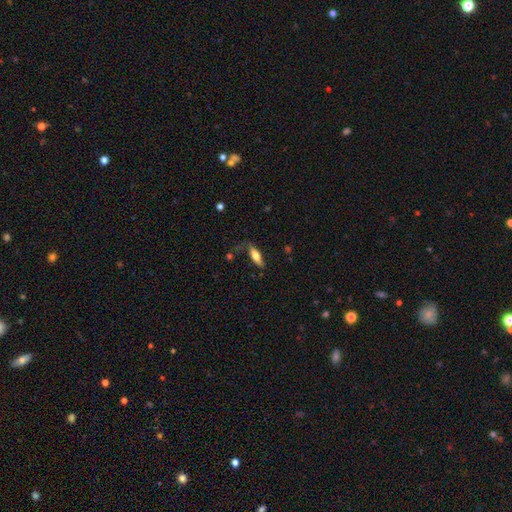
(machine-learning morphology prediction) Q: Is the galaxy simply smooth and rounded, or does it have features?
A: smooth — 61%.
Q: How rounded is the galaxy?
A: in between — 52%.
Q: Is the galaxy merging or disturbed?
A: none — 59%.